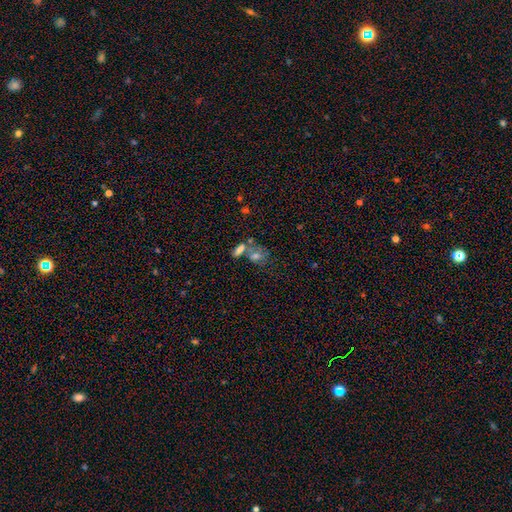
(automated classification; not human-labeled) Smooth or featured?
  - smooth: 68% *
  - featured or disk: 19%
  - star or artifact: 14%
How rounded?
  - in between: 65% *
  - round: 32%
  - cigar-shaped: 4%
Merging?
  - merger: 41% *
  - none: 38%
  - minor disturbance: 13%
  - major disturbance: 8%